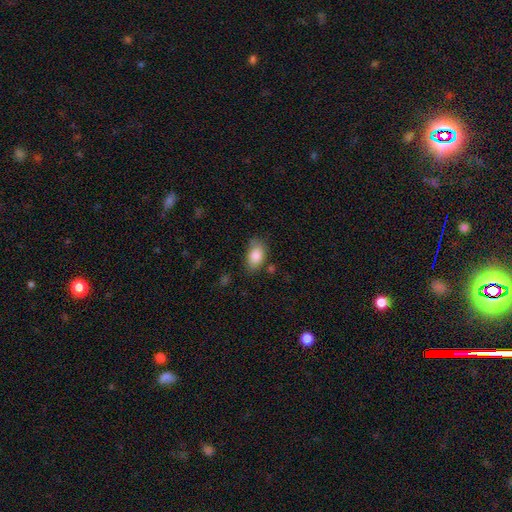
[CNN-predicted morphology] Smooth or featured?
  - smooth: 85% *
  - featured or disk: 8%
  - star or artifact: 7%
How rounded?
  - in between: 90% *
  - round: 8%
  - cigar-shaped: 2%
Merging?
  - none: 70% *
  - minor disturbance: 21%
  - major disturbance: 5%
  - merger: 4%